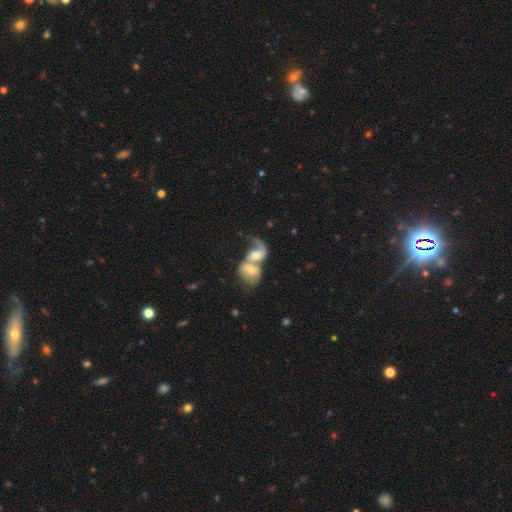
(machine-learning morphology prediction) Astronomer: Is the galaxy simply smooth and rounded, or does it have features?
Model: featured or disk — 66%.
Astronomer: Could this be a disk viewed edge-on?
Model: no — 95%.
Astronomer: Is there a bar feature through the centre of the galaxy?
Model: no — 54% (runner-up: weak, 35%).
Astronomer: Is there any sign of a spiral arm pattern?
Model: yes — 75%.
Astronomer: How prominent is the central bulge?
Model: moderate — 53% (runner-up: small, 32%).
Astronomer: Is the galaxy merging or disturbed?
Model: merger — 78%.